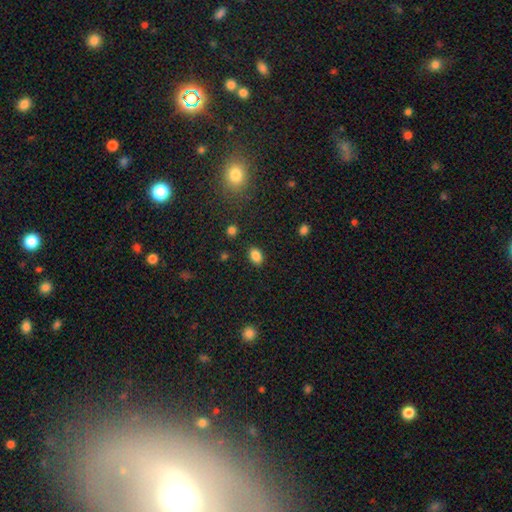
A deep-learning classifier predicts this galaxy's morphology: smooth 85%, star or artifact 10%, featured or disk 4%. Down the decision tree: how rounded — in between (79%); merging — none (86%).